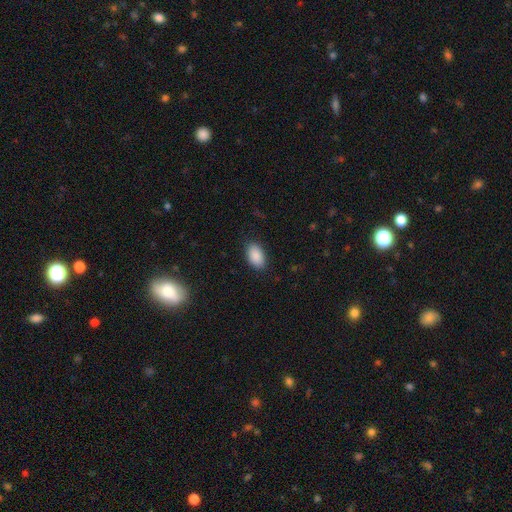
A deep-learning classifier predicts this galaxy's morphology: smooth_or_featured: smooth (p=0.90) [alt: star or artifact p=0.07]
how_rounded: in between (p=0.94) [alt: round p=0.05]
merging: none (p=0.87) [alt: minor disturbance p=0.09]